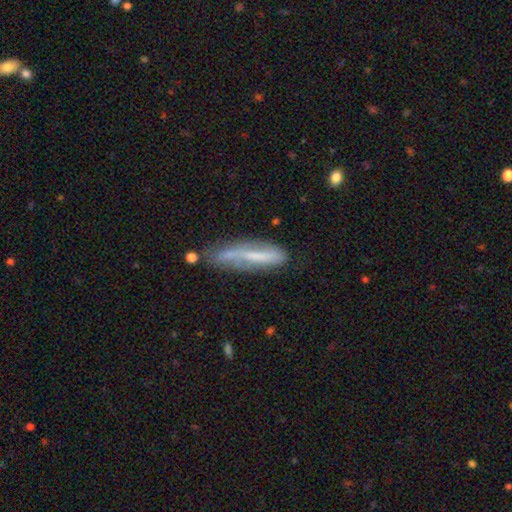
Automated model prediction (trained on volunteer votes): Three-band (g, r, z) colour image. It shows a featured or disk galaxy (48%). Merging: none (57%).